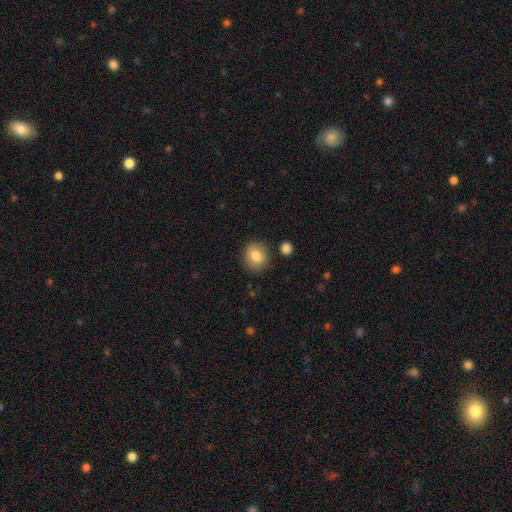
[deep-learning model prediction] Smooth or featured?
  - smooth: 82% *
  - featured or disk: 9%
  - star or artifact: 9%
How rounded?
  - round: 78% *
  - in between: 21%
  - cigar-shaped: 1%
Merging?
  - none: 85% *
  - minor disturbance: 9%
  - merger: 3%
  - major disturbance: 2%